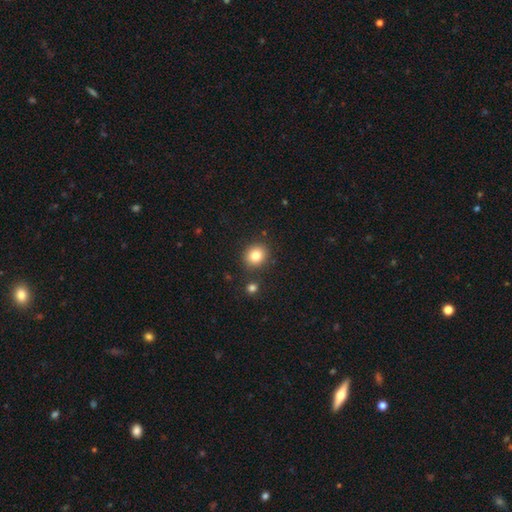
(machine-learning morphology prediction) This appears to be a smooth galaxy with no disk features (81%) that is round (80%). Merging: none (86%).